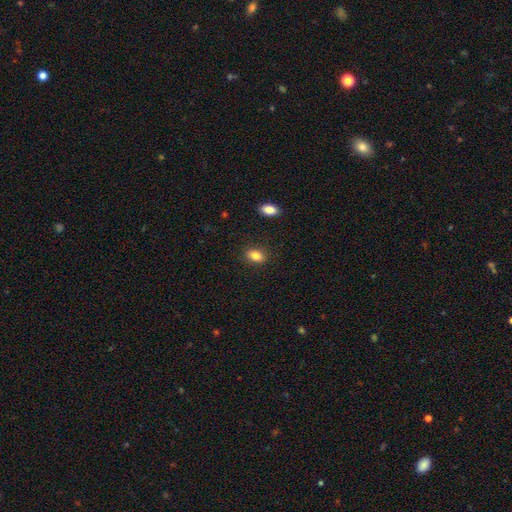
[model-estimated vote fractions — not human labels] smooth_or_featured: smooth (p=0.83) [alt: star or artifact p=0.09]
how_rounded: in between (p=0.82) [alt: round p=0.16]
merging: none (p=0.87) [alt: minor disturbance p=0.09]